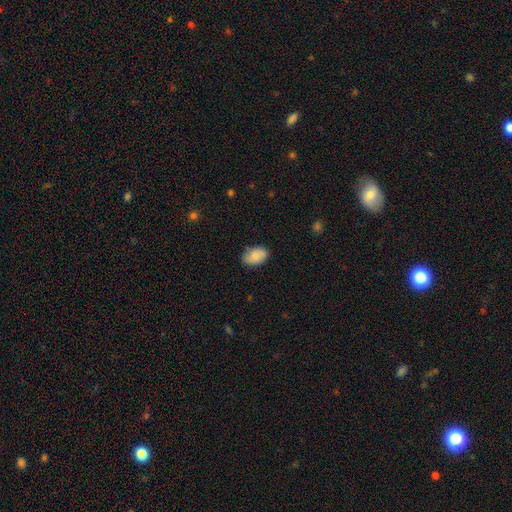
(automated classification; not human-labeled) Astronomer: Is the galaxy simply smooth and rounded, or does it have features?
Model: smooth — 85%.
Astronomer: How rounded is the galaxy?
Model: in between — 90%.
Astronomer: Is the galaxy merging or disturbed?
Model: none — 80%.